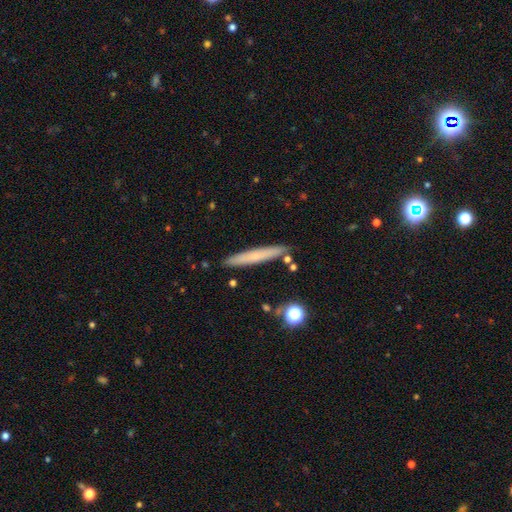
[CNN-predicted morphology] A smooth galaxy with no disk features (61%) that is cigar-shaped (96%).

Vote fractions:
- Smooth or featured? smooth: 61% / featured or disk: 31% / star or artifact: 8%
- How rounded? cigar-shaped: 96% / in between: 3% / round: 1%
- Merging? none: 88% / minor disturbance: 8% / merger: 2% / major disturbance: 2%